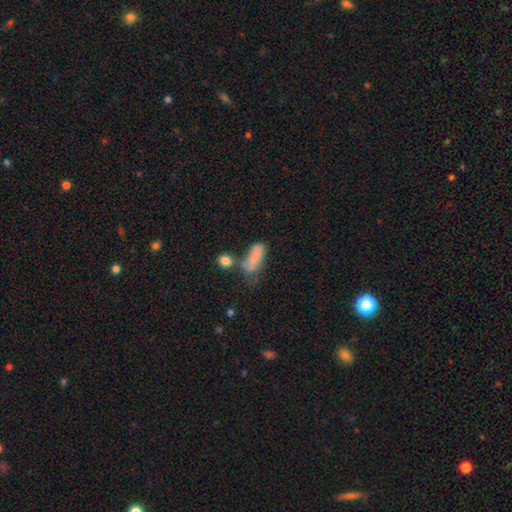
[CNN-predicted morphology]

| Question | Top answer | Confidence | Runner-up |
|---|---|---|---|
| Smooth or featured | smooth | 75% | featured or disk (16%) |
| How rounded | in between | 74% | cigar-shaped (22%) |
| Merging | none | 31% | merger (25%) |